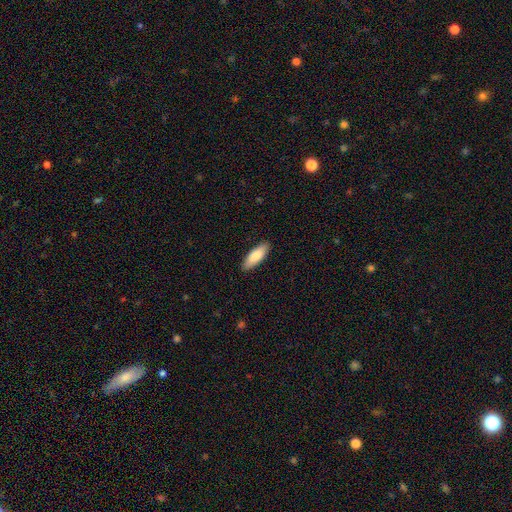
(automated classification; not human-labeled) Smooth or featured? Predicted: smooth (p=0.84). How rounded? Predicted: in between (p=0.59). Merging? Predicted: none (p=0.89).